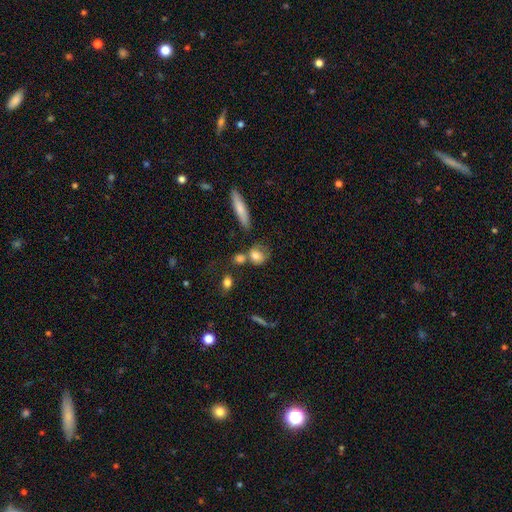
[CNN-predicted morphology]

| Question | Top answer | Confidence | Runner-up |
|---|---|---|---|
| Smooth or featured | smooth | 76% | featured or disk (15%) |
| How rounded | round | 59% | in between (35%) |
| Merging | none | 53% | merger (20%) |